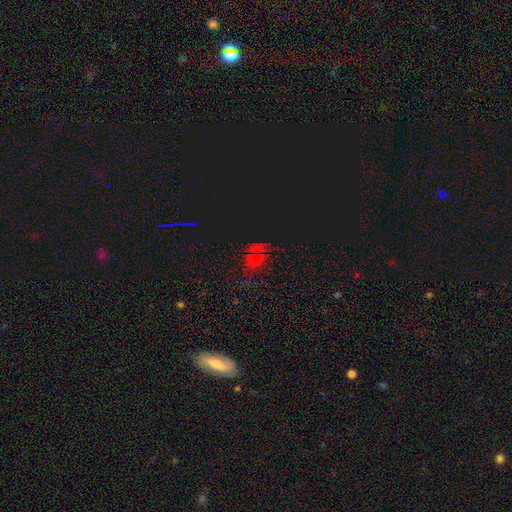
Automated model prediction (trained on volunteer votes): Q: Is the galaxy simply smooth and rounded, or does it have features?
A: star or artifact — 64%.